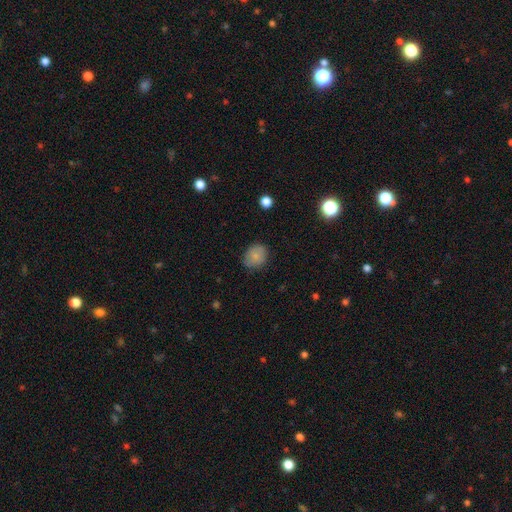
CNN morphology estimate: smooth 80%, featured or disk 11%, star or artifact 9%. Down the decision tree: how rounded — round (59%); merging — none (77%).